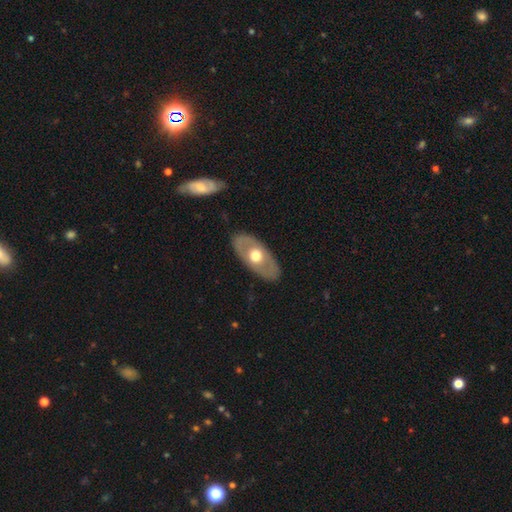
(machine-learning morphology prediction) Smooth or featured: featured or disk — 52% (smooth — 43%)
Edge-on disk: no — 81% (yes — 19%)
Merging: none — 86% (minor disturbance — 10%)